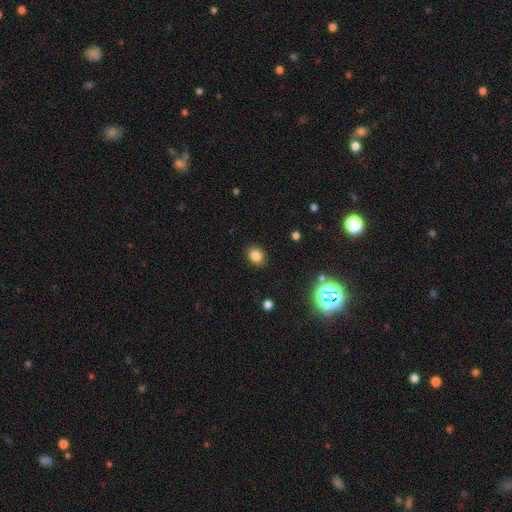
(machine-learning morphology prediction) The model was most divided on "how rounded": in between: 57%, round: 42%, cigar-shaped: 1%. More confident: merging — none (88%); smooth or featured — smooth (82%).